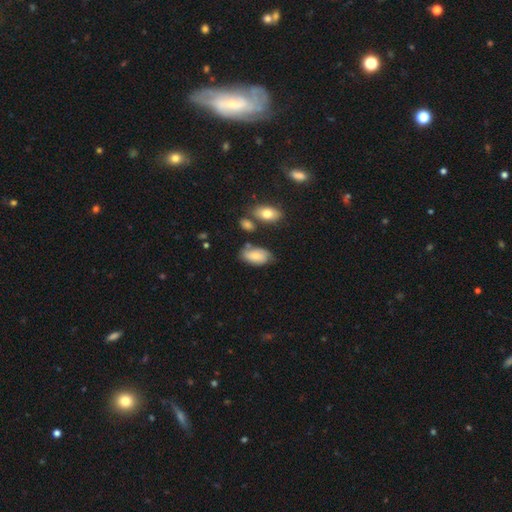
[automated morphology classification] smooth 76%, featured or disk 17%, star or artifact 7%. Down the decision tree: how rounded — in between (94%); merging — none (65%).